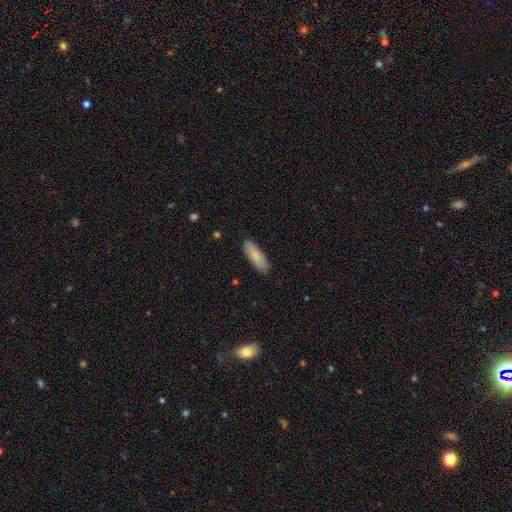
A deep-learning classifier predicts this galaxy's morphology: smooth 84%, featured or disk 11%, star or artifact 6%. Down the decision tree: how rounded — in between (56%); merging — none (87%).